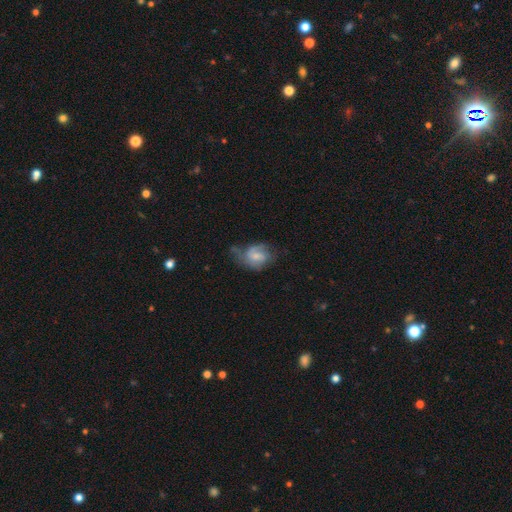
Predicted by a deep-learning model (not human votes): This appears to be a featured or disk galaxy (52%) with no bar (49%), spiral arms (77%) and a small central bulge (41%). Merging: none (36%).